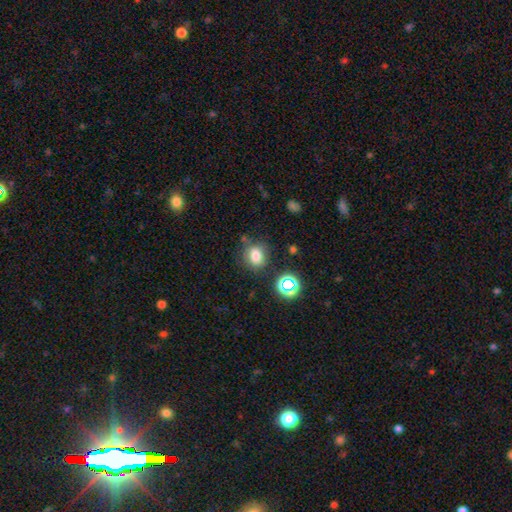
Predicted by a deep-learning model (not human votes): Overall: smooth (75%). How rounded: round (56%; in between 43%). Merging: none (71%).